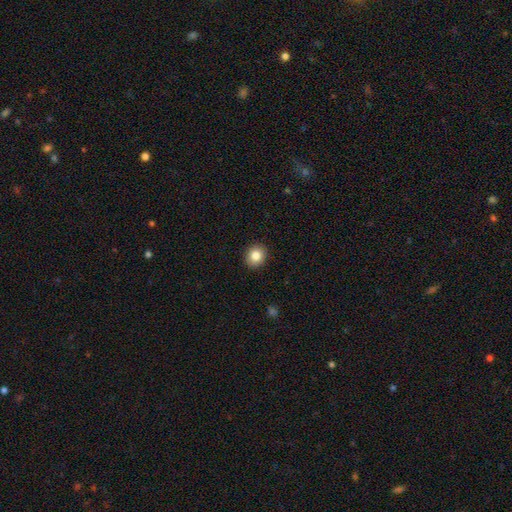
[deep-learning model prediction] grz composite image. It shows a smooth galaxy with no disk features (84%) that is round (71%). Merging: none (91%).